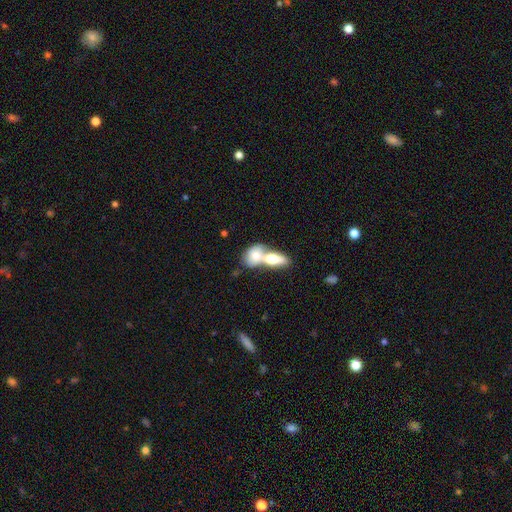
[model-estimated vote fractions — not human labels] smooth 71%, featured or disk 23%, star or artifact 6%. Down the decision tree: how rounded — in between (77%); merging — merger (78%).